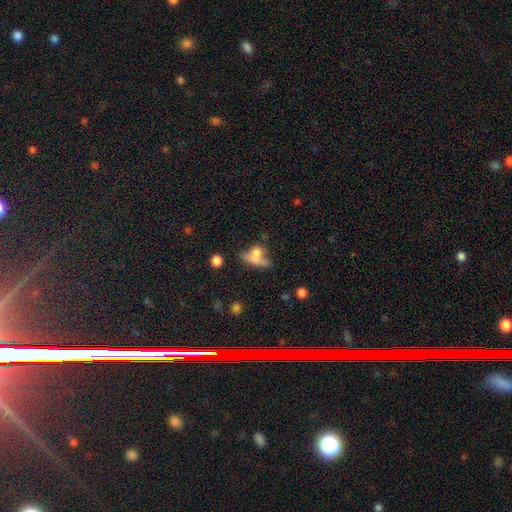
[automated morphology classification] Smooth or featured?
  - smooth: 61% *
  - featured or disk: 26%
  - star or artifact: 12%
How rounded?
  - in between: 44% *
  - cigar-shaped: 36%
  - round: 20%
Merging?
  - none: 38% *
  - merger: 34%
  - minor disturbance: 15%
  - major disturbance: 13%